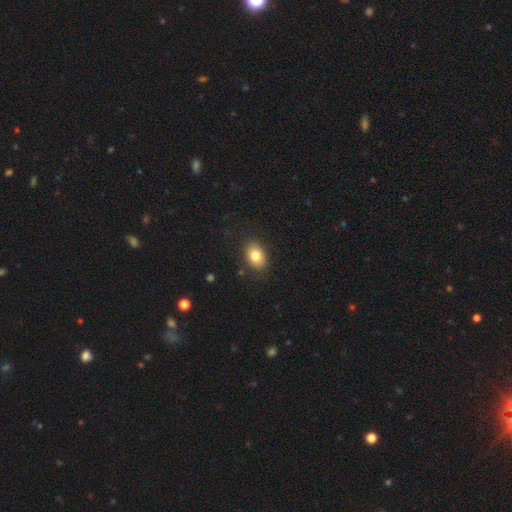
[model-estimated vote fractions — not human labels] This appears to be a smooth galaxy with no disk features (81%) that is in between round and cigar-shaped (75%). Merging: none (86%).